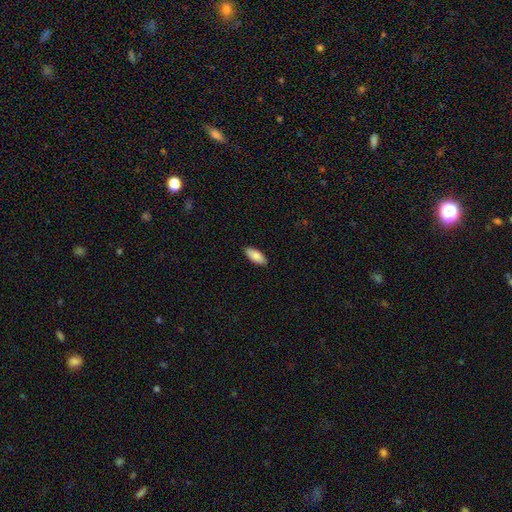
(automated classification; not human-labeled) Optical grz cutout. It shows a smooth galaxy with no disk features (87%) that is in between round and cigar-shaped (82%). Merging: none (89%).